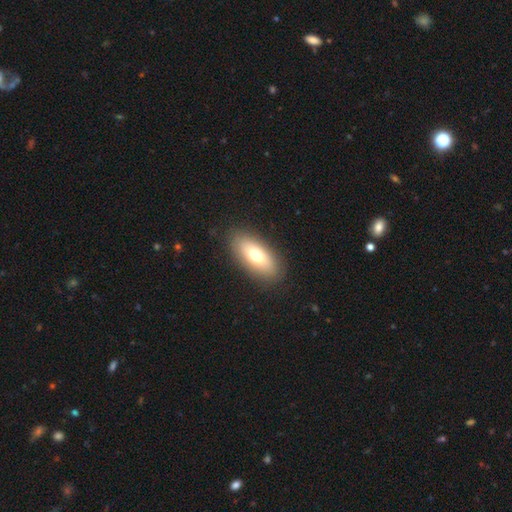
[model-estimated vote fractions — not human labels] Morphology: type=smooth (73%); roundness=in between (86%); merging=none (88%).